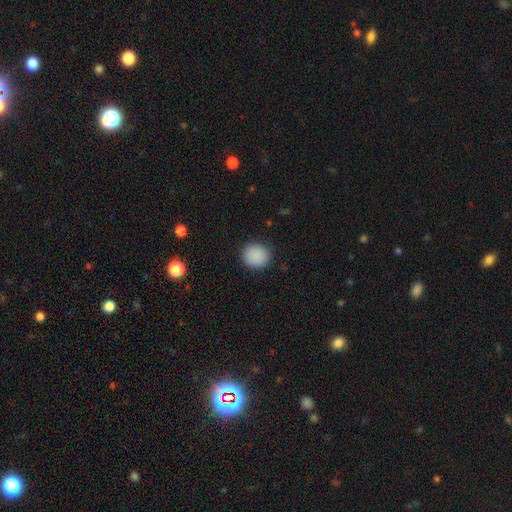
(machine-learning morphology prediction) type=smooth (89%); roundness=round (88%); merging=none (90%).